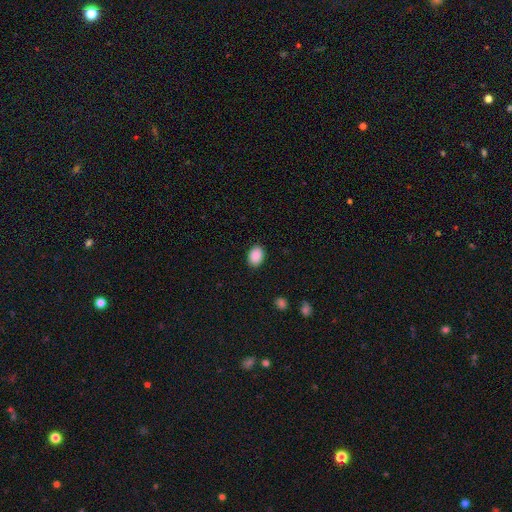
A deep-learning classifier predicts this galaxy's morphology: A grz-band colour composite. It shows a smooth galaxy with no disk features (90%) that is in between round and cigar-shaped (77%). Merging: none (89%).